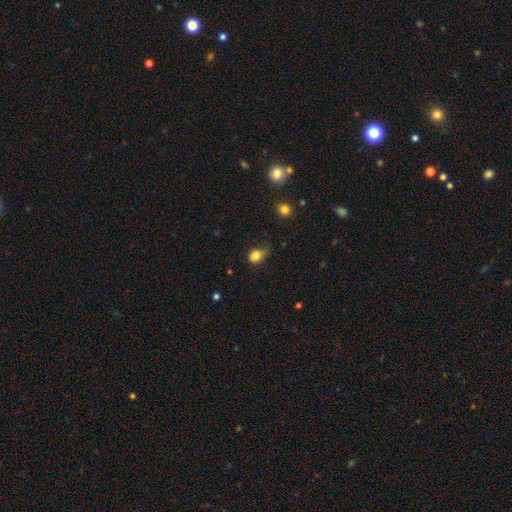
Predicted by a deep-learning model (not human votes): Smooth or featured? smooth (84%)
How rounded? in between (54%)
Merging? none (52%)